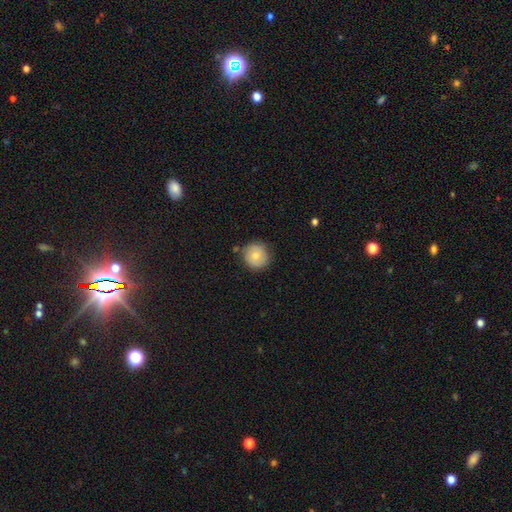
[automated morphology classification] The model was most divided on "smooth or featured": smooth: 73%, featured or disk: 19%, star or artifact: 8%. More confident: how rounded — round (92%); merging — none (80%).